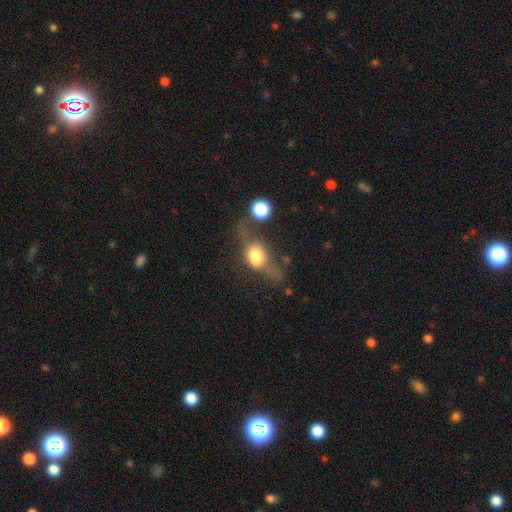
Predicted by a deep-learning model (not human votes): smooth 53%, featured or disk 37%, star or artifact 10%. Down the decision tree: how rounded — in between (49%); merging — major disturbance (34%).